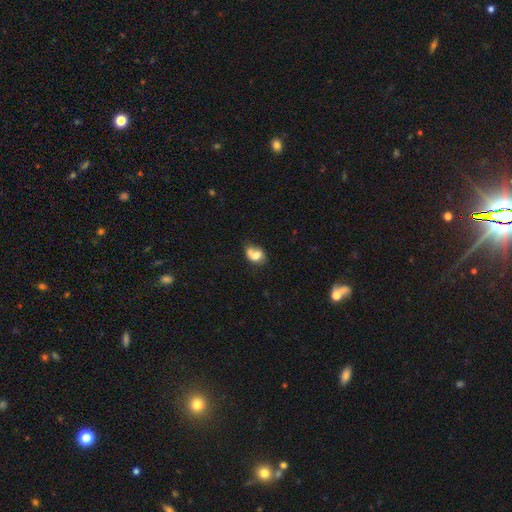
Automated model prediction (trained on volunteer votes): This appears to be a smooth galaxy with no disk features (68%) that is in between round and cigar-shaped (54%). Merging: merger (53%).